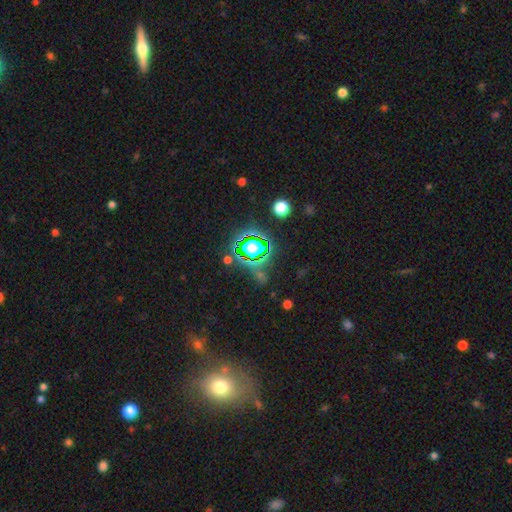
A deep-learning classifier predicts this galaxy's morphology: Q: Smooth or featured?
A: star or artifact (78%); runner-up: smooth (14%)